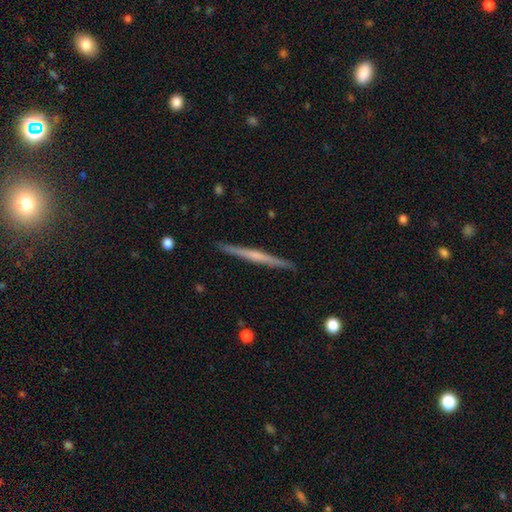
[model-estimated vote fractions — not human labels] A featured or disk galaxy (64%) viewed edge-on (98%) with no central bulge (51%).

Vote fractions:
- Smooth or featured? featured or disk: 64% / smooth: 31% / star or artifact: 5%
- Edge-on disk? yes: 98% / no: 2%
- Edge-on bulge? none: 51% / rounded: 39% / boxy: 10%
- Merging? none: 92% / minor disturbance: 6% / major disturbance: 1% / merger: 1%